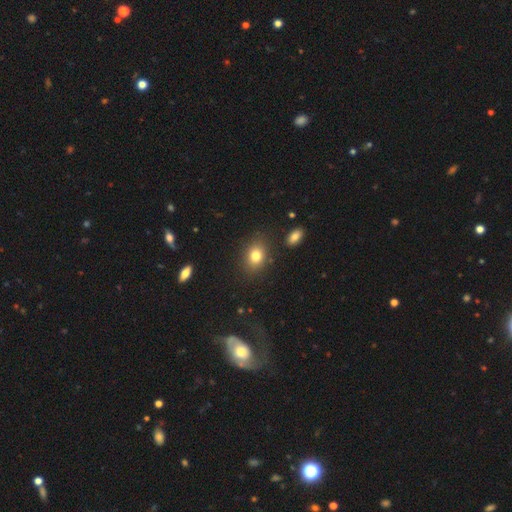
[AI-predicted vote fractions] Overall: smooth (81%). How rounded: in between (61%; round 38%). Merging: none (83%).